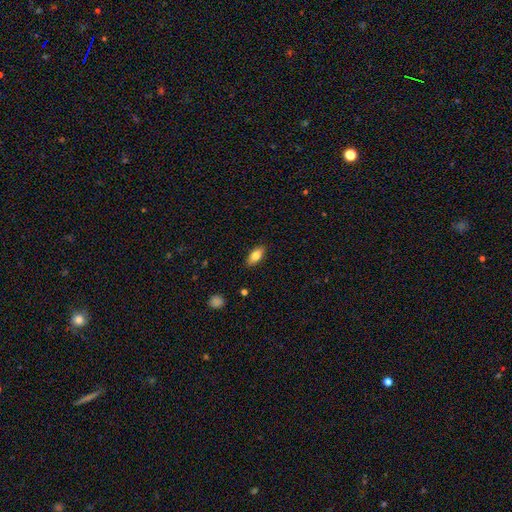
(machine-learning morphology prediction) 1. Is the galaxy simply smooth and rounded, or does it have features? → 82% smooth, 11% featured or disk, 7% star or artifact.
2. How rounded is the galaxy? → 89% in between, 7% cigar-shaped, 4% round.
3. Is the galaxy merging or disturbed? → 88% none, 9% minor disturbance, 2% major disturbance, 1% merger.